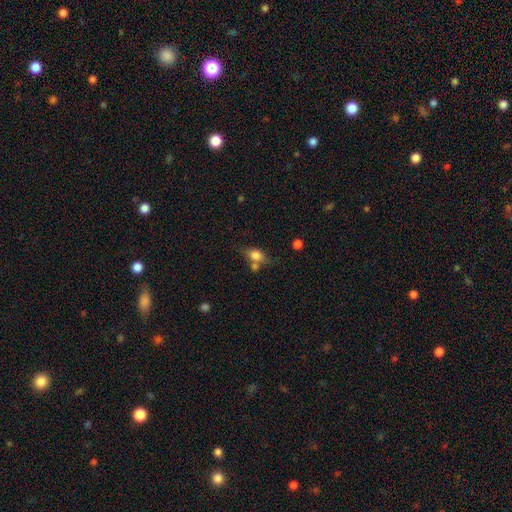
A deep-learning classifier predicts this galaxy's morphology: Q: Smooth or featured?
A: smooth (76%); runner-up: featured or disk (15%)
Q: How rounded?
A: in between (64%); runner-up: round (31%)
Q: Merging?
A: none (48%); runner-up: merger (26%)